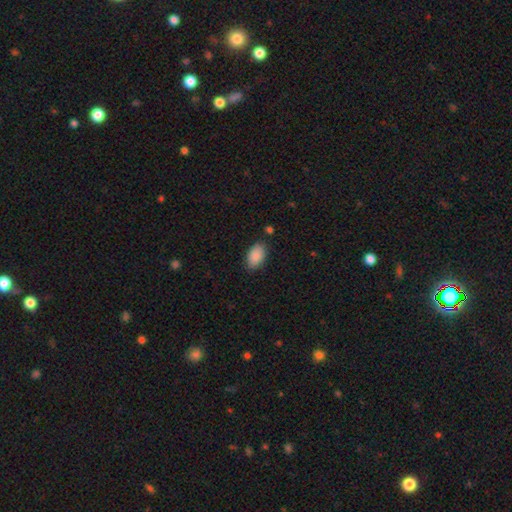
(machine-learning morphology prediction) Q: Smooth or featured?
A: smooth (89%); runner-up: star or artifact (7%)
Q: How rounded?
A: in between (93%); runner-up: round (5%)
Q: Merging?
A: none (82%); runner-up: minor disturbance (13%)